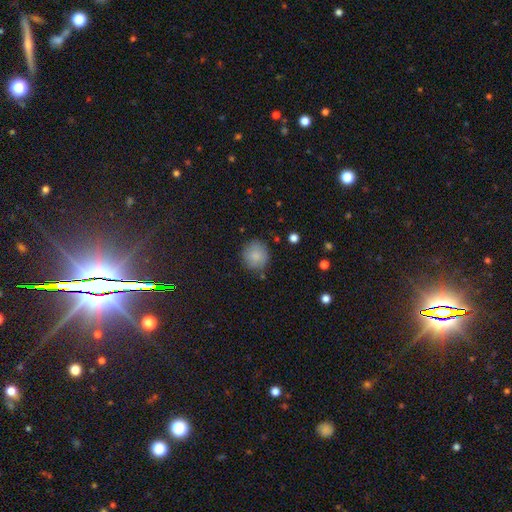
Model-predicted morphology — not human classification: The model was most divided on "merging": none: 80%, minor disturbance: 14%, major disturbance: 4%, merger: 3%. More confident: how rounded — round (90%); smooth or featured — smooth (85%).